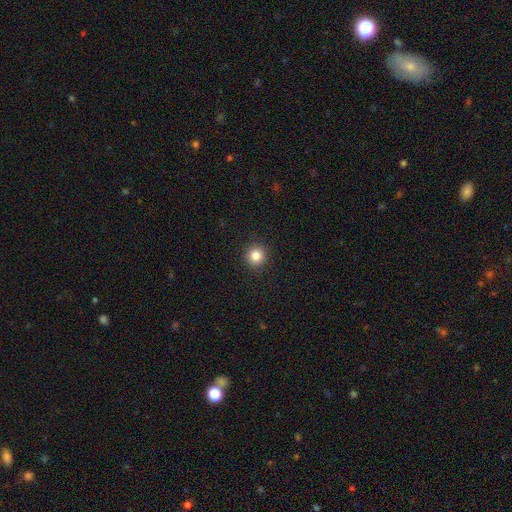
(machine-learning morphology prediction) This is clearly a smooth galaxy (84%). How rounded: clearly round (94%). Merging: clearly none (92%).